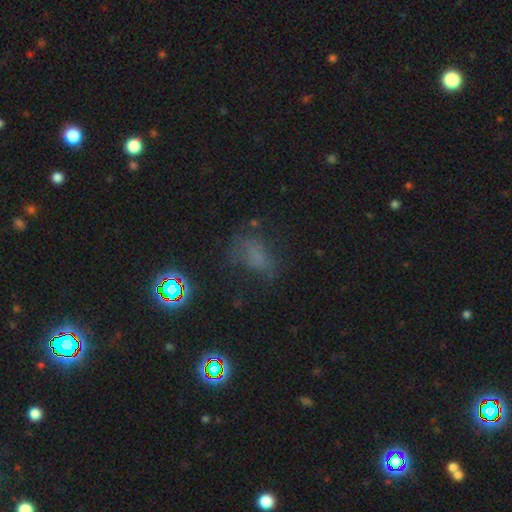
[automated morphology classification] This appears to be a smooth galaxy with no disk features (43%). Merging: none (48%).